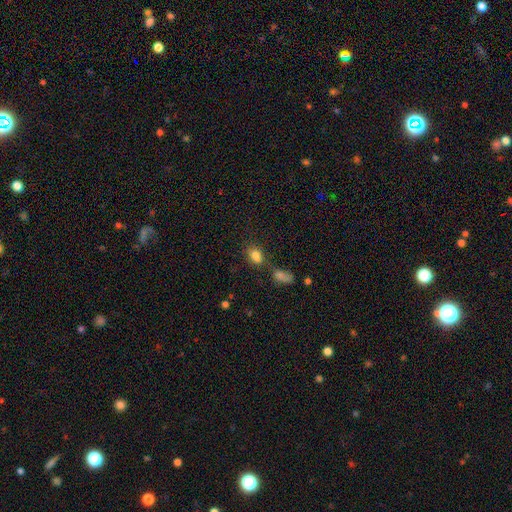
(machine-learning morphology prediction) smooth-or-featured: smooth: 79% | star or artifact: 13% | featured or disk: 8%
  how-rounded: in between: 75% | round: 23% | cigar-shaped: 3%
  merging: none: 50% | merger: 30% | minor disturbance: 14% | major disturbance: 6%